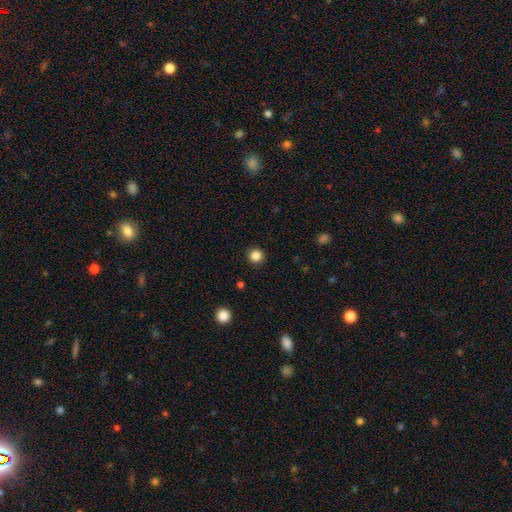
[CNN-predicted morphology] smooth_or_featured: smooth (p=0.85) [alt: star or artifact p=0.12]
how_rounded: round (p=0.94) [alt: in between p=0.05]
merging: none (p=0.92) [alt: minor disturbance p=0.05]